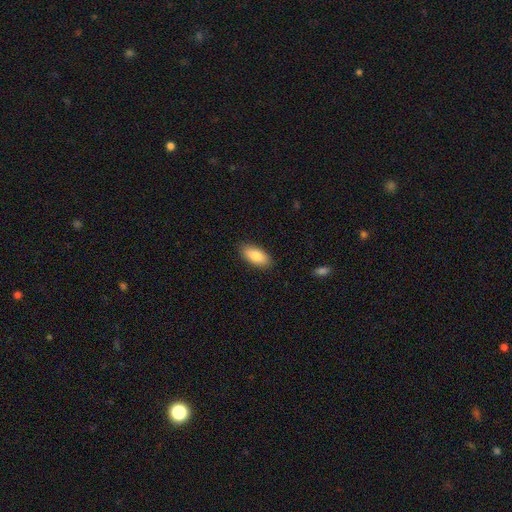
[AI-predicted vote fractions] This is clearly a smooth galaxy (84%). How rounded: clearly in between (87%). Merging: clearly none (88%).